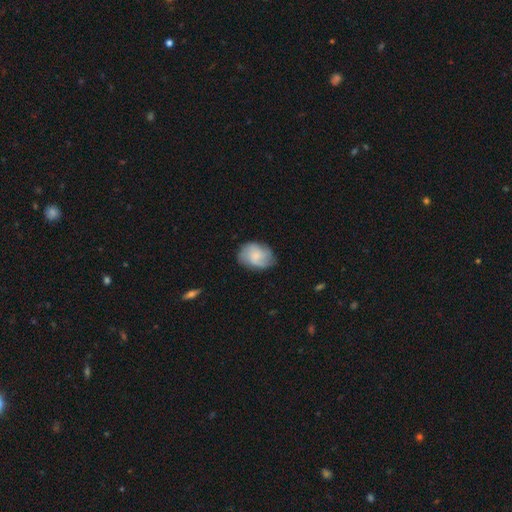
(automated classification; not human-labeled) smooth 56%, featured or disk 37%, star or artifact 7%. Down the decision tree: how rounded — in between (66%); merging — none (70%).